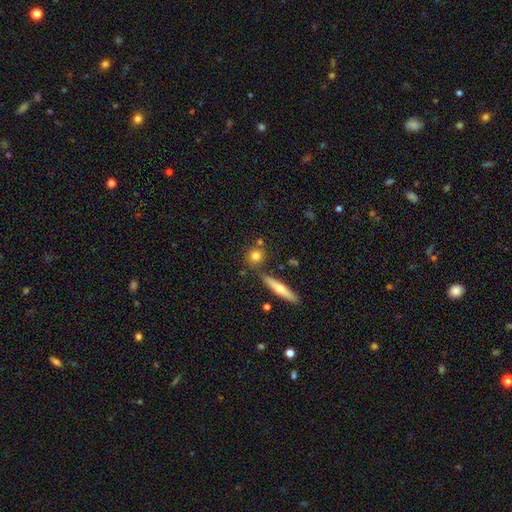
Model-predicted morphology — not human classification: Smooth or featured? smooth (74%)
How rounded? round (76%)
Merging? none (74%)